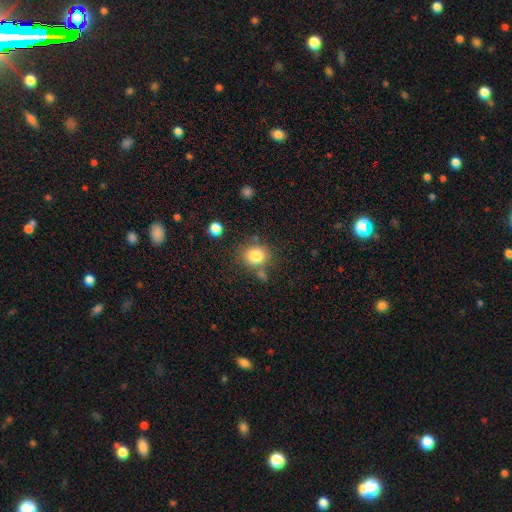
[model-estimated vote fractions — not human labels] Morphology: type=smooth (81%); roundness=round (77%); merging=none (70%).